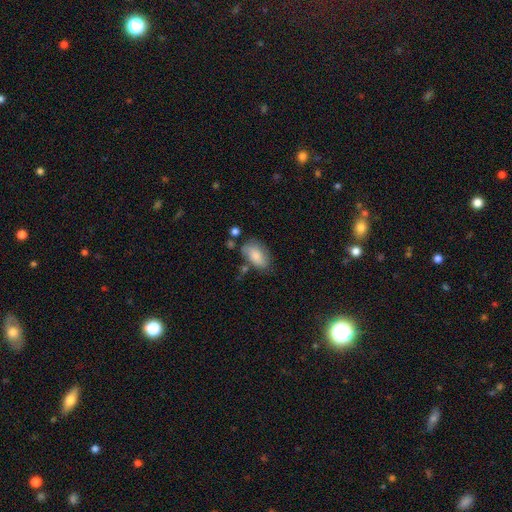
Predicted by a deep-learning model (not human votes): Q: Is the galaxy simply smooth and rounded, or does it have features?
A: smooth — 79%.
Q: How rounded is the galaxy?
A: in between — 93%.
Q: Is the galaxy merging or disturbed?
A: none — 56%.